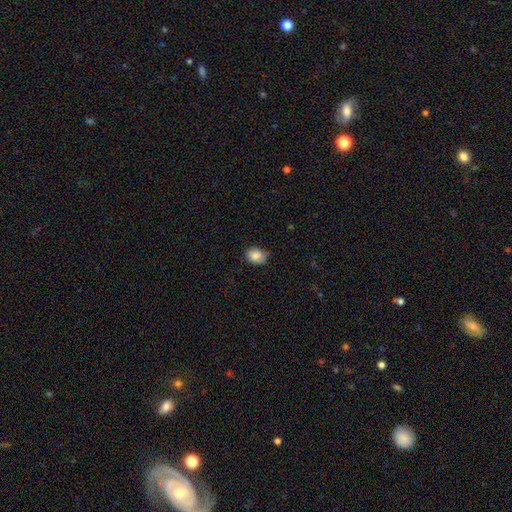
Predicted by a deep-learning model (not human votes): A smooth galaxy with no disk features (85%) that is in between round and cigar-shaped (57%). Merging: none (69%).